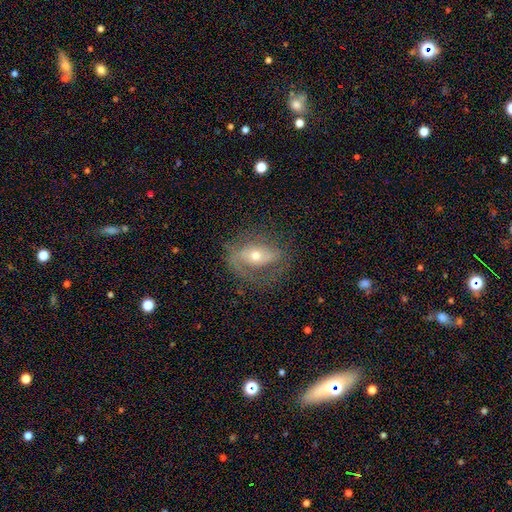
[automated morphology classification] Overall: featured or disk (68%). Edge-on disk: no (92%). Bar: no (42%; weak 31%). Spiral arms: yes (75%). Bulge size: moderate (56%; small 38%). Merging: none (59%; minor disturbance 21%).